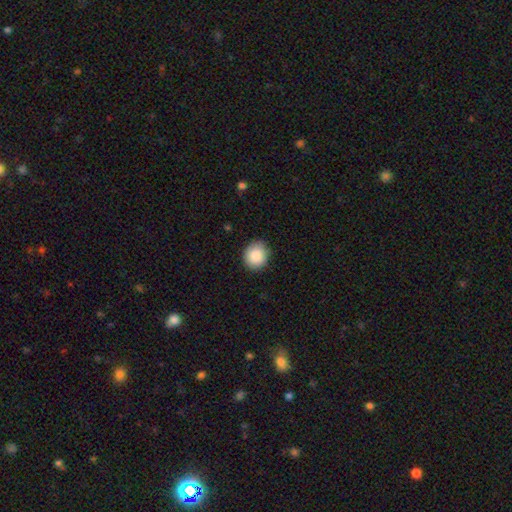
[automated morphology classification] A smooth galaxy with no disk features (89%) that is round (83%).

Vote fractions:
- Smooth or featured? smooth: 89% / star or artifact: 7% / featured or disk: 4%
- How rounded? round: 83% / in between: 16% / cigar-shaped: 1%
- Merging? none: 86% / minor disturbance: 11% / major disturbance: 2% / merger: 1%